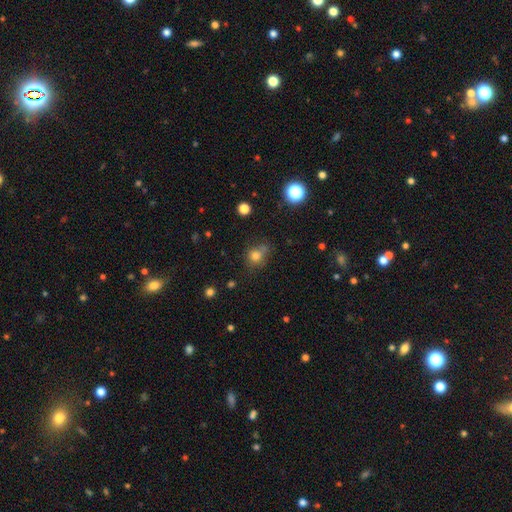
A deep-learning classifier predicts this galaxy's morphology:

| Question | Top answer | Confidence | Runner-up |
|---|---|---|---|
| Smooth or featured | smooth | 75% | star or artifact (16%) |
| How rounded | round | 79% | in between (19%) |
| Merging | none | 60% | merger (17%) |